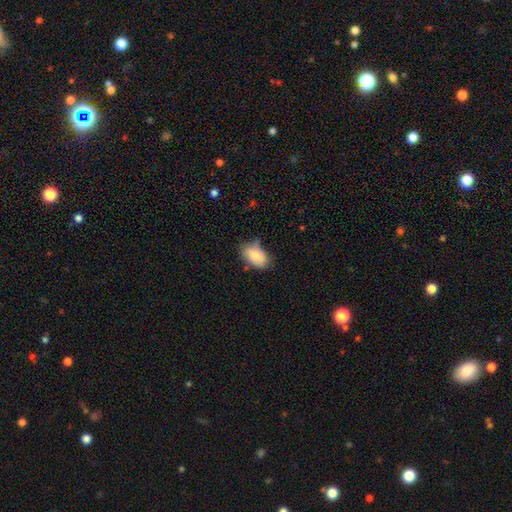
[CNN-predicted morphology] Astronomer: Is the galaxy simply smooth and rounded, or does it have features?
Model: smooth — 84%.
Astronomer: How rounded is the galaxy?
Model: in between — 91%.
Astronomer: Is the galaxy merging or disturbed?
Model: none — 61%.